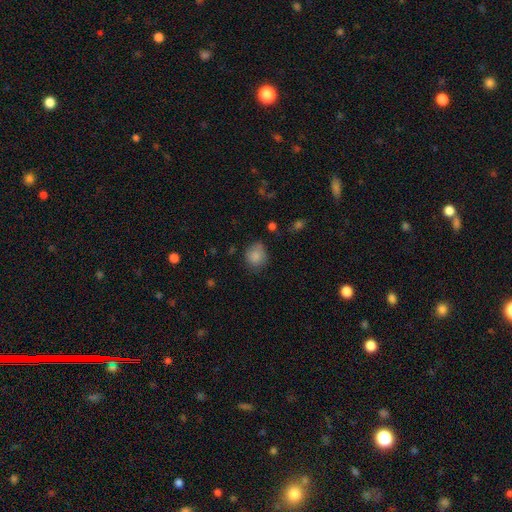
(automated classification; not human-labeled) Smooth or featured: smooth — 84% (star or artifact — 9%)
How rounded: round — 72% (in between — 27%)
Merging: none — 66% (minor disturbance — 25%)